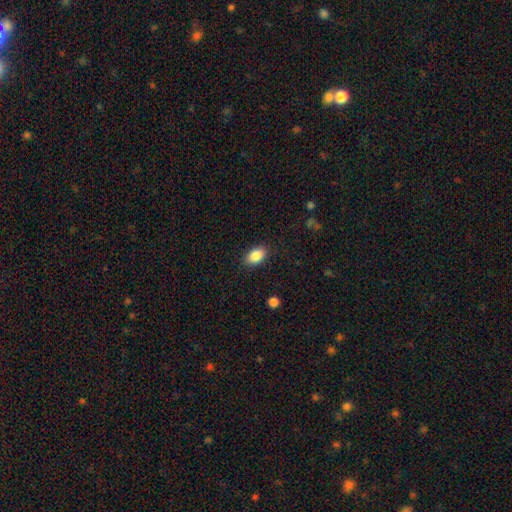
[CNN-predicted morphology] smooth-or-featured: smooth: 87% | star or artifact: 8% | featured or disk: 5%
  how-rounded: in between: 88% | round: 10% | cigar-shaped: 2%
  merging: none: 87% | minor disturbance: 9% | major disturbance: 3% | merger: 1%